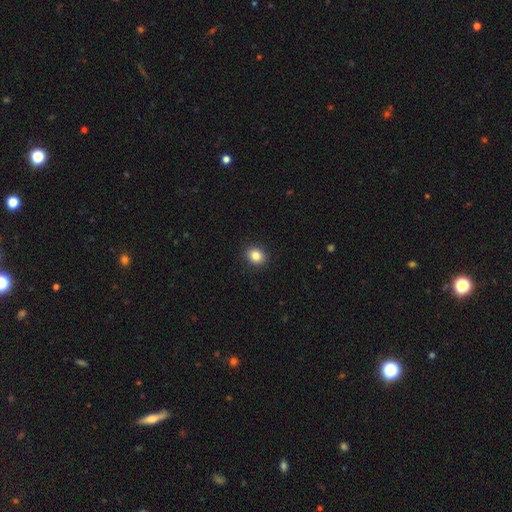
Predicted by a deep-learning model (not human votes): Smooth or featured? smooth (85%)
How rounded? round (63%)
Merging? none (91%)